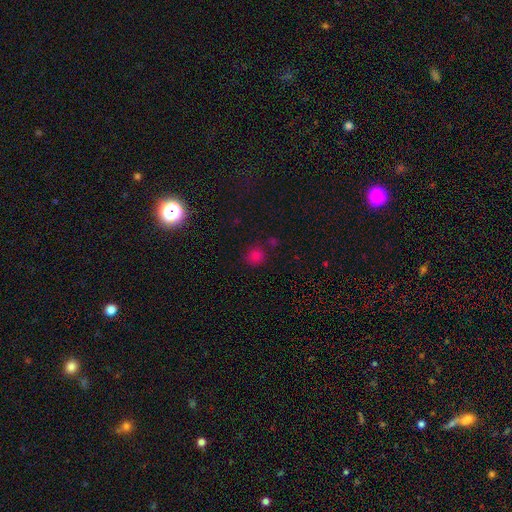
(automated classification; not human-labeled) A smooth galaxy with no disk features (72%) that is round (85%).

Vote fractions:
- Smooth or featured? smooth: 72% / star or artifact: 22% / featured or disk: 5%
- How rounded? round: 85% / in between: 14% / cigar-shaped: 1%
- Merging? none: 69% / minor disturbance: 14% / merger: 12% / major disturbance: 5%